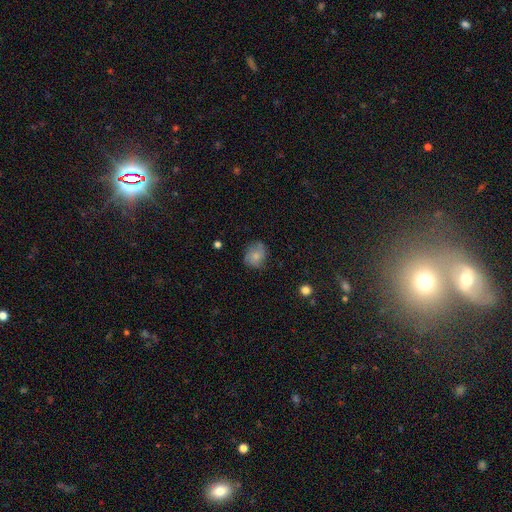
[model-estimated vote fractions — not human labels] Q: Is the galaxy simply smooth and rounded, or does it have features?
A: smooth — 73%.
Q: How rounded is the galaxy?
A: round — 56%.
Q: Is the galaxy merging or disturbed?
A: none — 67%.